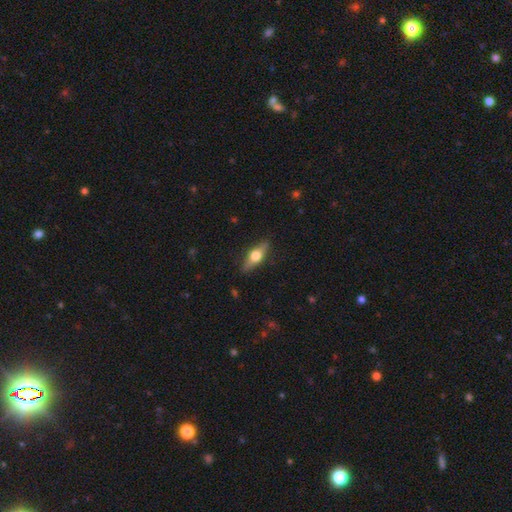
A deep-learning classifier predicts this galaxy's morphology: Overall: featured or disk (56%; smooth 37%). Edge-on disk: yes (93%). Edge-on bulge: rounded (95%). Merging: none (86%).